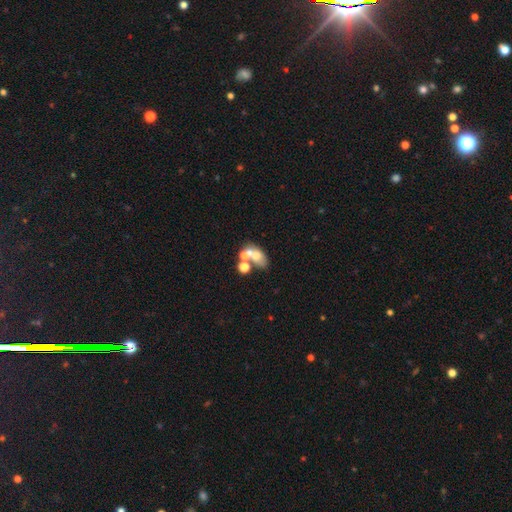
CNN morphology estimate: Smooth or featured? Predicted: smooth (p=0.51). How rounded? Predicted: in between (p=0.71). Merging? Predicted: merger (p=0.52).